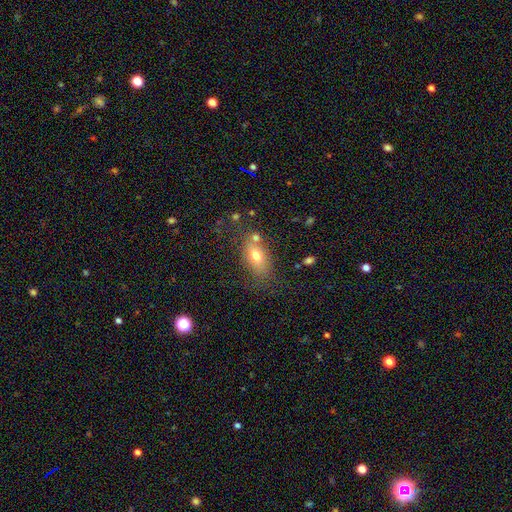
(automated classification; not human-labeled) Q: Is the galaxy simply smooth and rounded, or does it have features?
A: smooth — 69%.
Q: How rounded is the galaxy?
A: in between — 79%.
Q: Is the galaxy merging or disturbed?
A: none — 63%.